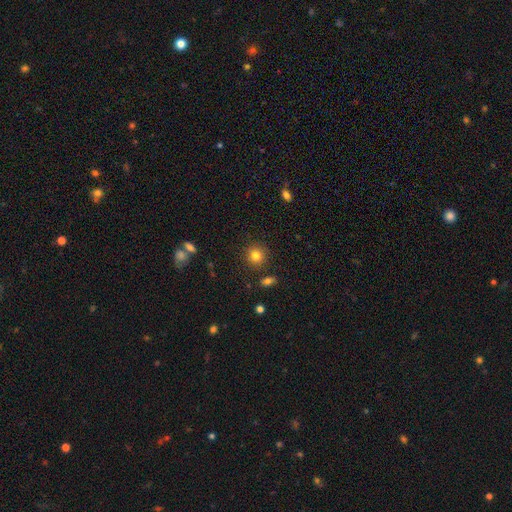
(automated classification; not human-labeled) Smooth or featured: smooth — 81% (star or artifact — 12%)
How rounded: round — 91% (in between — 8%)
Merging: none — 87% (minor disturbance — 7%)